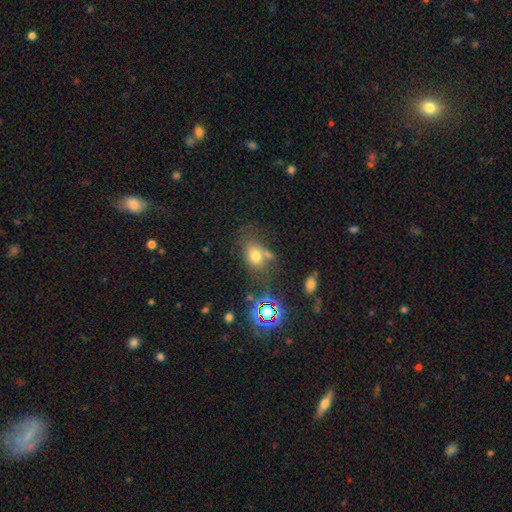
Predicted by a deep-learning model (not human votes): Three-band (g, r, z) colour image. It shows a smooth galaxy with no disk features (66%) that is in between round and cigar-shaped (67%). Merging: none (52%).